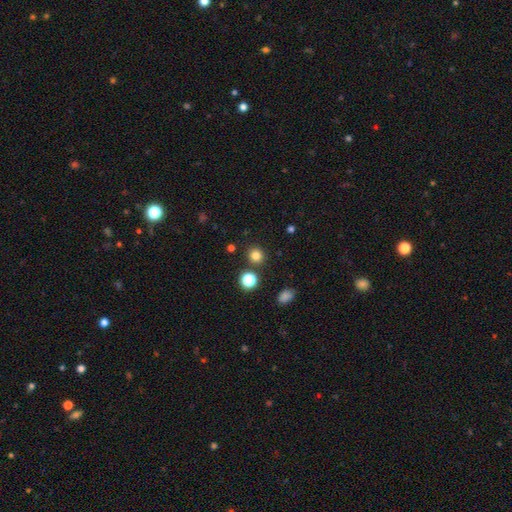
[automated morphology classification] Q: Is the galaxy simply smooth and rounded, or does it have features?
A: smooth — 80%.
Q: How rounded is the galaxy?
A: round — 90%.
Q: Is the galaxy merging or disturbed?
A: none — 86%.